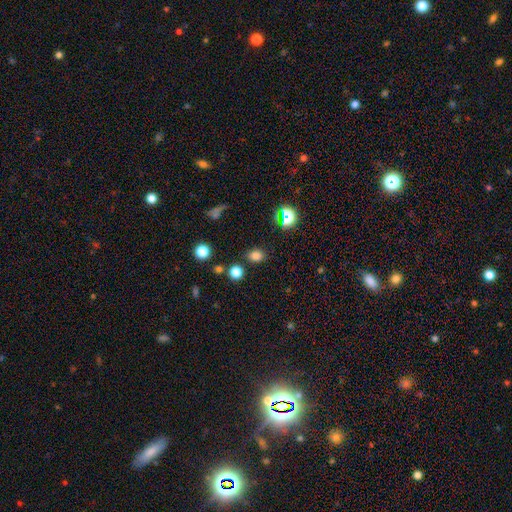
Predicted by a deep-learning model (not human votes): The model was most divided on "how rounded": in between: 54%, round: 44%, cigar-shaped: 1%. More confident: merging — none (83%); smooth or featured — smooth (76%).